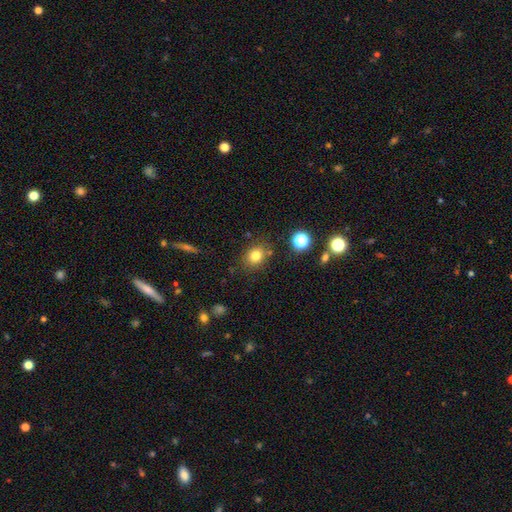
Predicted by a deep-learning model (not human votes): Smooth or featured? Predicted: smooth (p=0.79). How rounded? Predicted: round (p=0.61). Merging? Predicted: none (p=0.79).